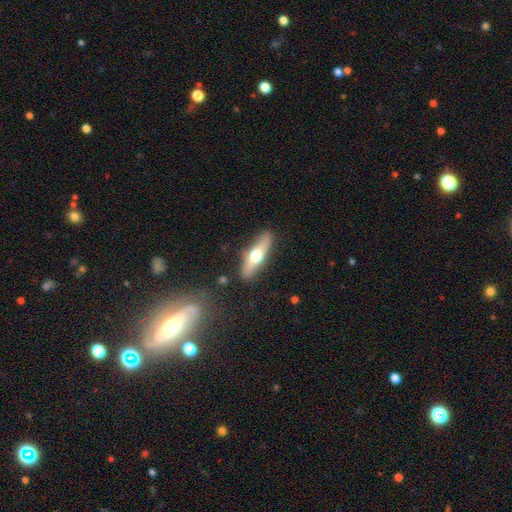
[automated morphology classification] Overall: featured or disk (50%; smooth 45%). Merging: none (86%).